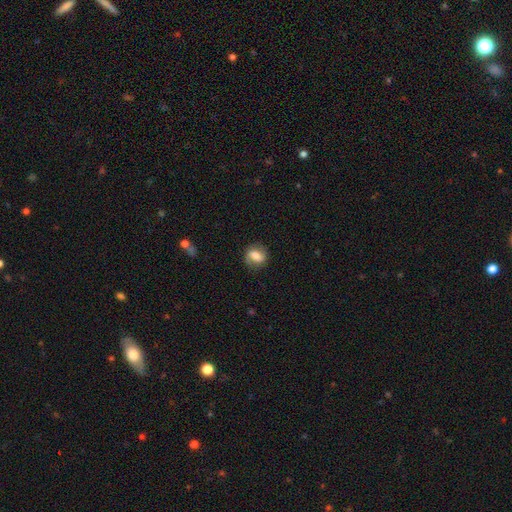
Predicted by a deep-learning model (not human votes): Q: Smooth or featured?
A: smooth (57%); runner-up: featured or disk (34%)
Q: How rounded?
A: in between (56%); runner-up: round (41%)
Q: Merging?
A: none (73%); runner-up: minor disturbance (19%)